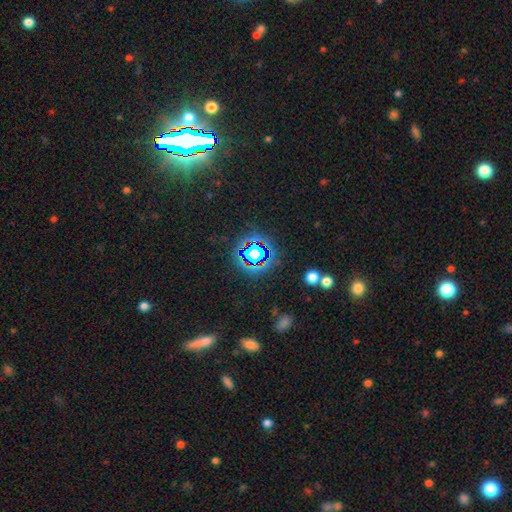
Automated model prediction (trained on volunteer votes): Smooth or featured? star or artifact (77%)